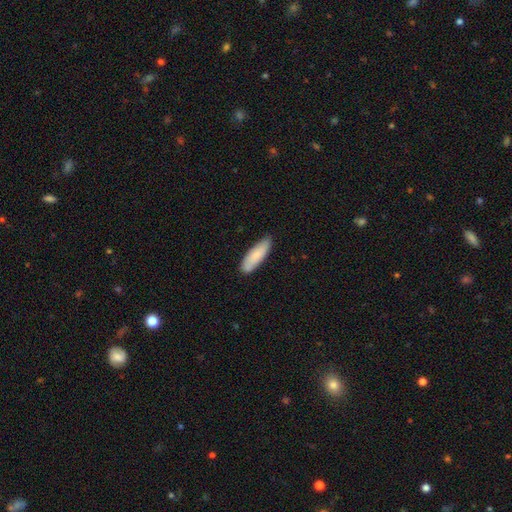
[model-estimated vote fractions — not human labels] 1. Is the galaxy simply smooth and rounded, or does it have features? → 83% smooth, 11% featured or disk, 5% star or artifact.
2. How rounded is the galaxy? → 52% cigar-shaped, 47% in between, 1% round.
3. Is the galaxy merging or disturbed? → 82% none, 15% minor disturbance, 2% major disturbance, 1% merger.